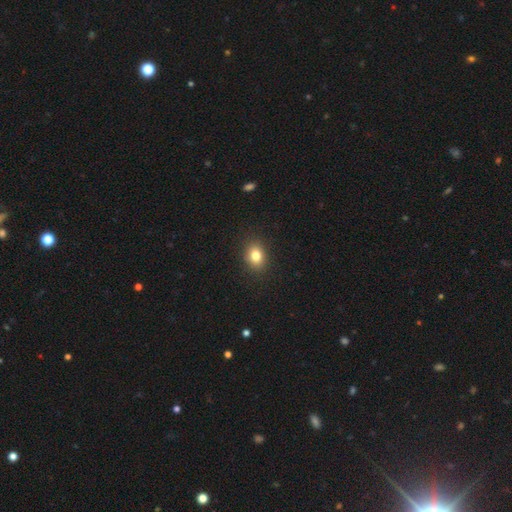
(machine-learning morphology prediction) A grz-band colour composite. It shows a smooth galaxy with no disk features (81%) that is in between round and cigar-shaped (59%). Merging: none (89%).